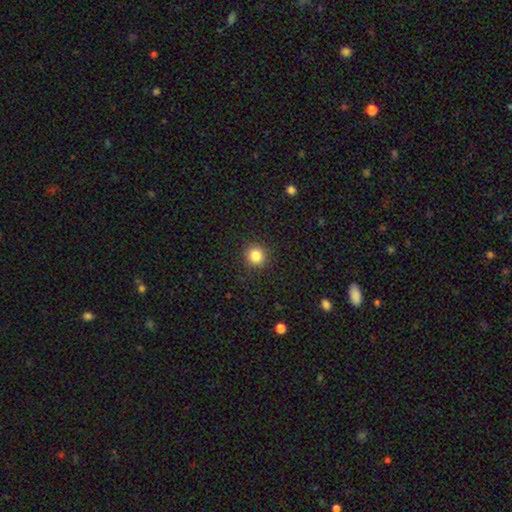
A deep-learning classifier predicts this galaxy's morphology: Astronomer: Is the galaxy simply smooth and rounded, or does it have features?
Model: smooth — 84%.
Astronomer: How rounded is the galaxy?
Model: round — 92%.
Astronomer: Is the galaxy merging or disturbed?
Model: none — 91%.